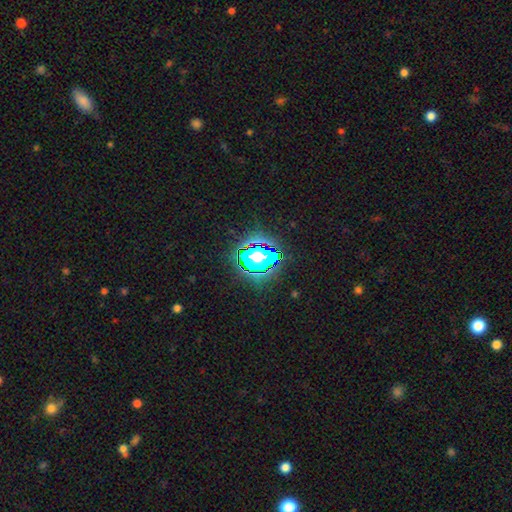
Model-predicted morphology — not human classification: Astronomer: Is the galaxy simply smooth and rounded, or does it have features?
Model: star or artifact — 63%.